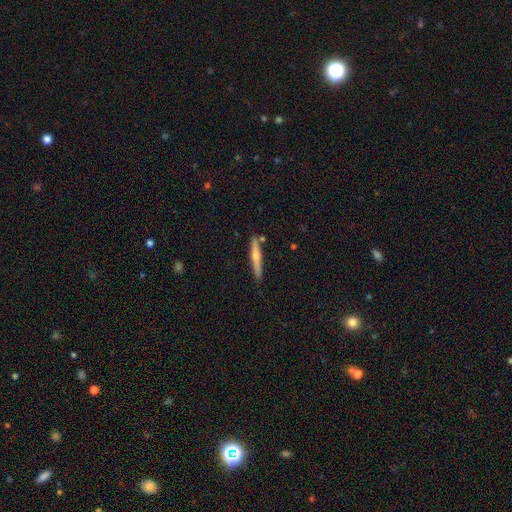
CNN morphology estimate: Smooth or featured? Predicted: featured or disk (p=0.62). Edge-on disk? Predicted: yes (p=0.97). Edge-on bulge? Predicted: rounded (p=0.83). Merging? Predicted: none (p=0.86).